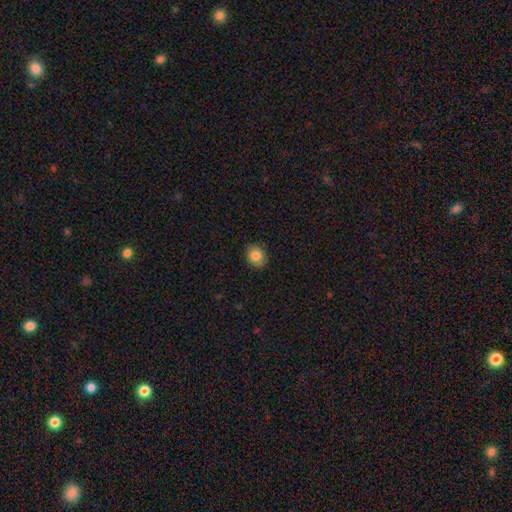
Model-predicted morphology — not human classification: The model was most divided on "how rounded": round: 64%, in between: 35%, cigar-shaped: 1%. More confident: merging — none (88%); smooth or featured — smooth (83%).